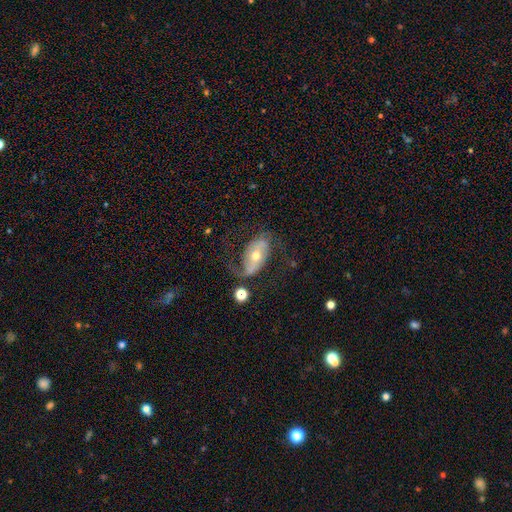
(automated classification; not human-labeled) Overall: featured or disk (75%). Edge-on disk: no (94%). Bar: no (41%; weak 31%). Spiral arms: yes (90%). Spiral arm count: 2 (75%). Spiral winding: loose (61%; medium 29%). Bulge size: moderate (57%; small 38%). Merging: none (54%; major disturbance 22%).